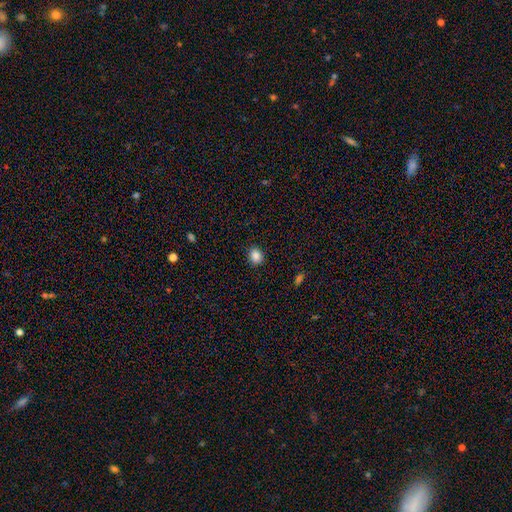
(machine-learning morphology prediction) A smooth galaxy with no disk features (86%) that is round (66%). Merging: none (90%).